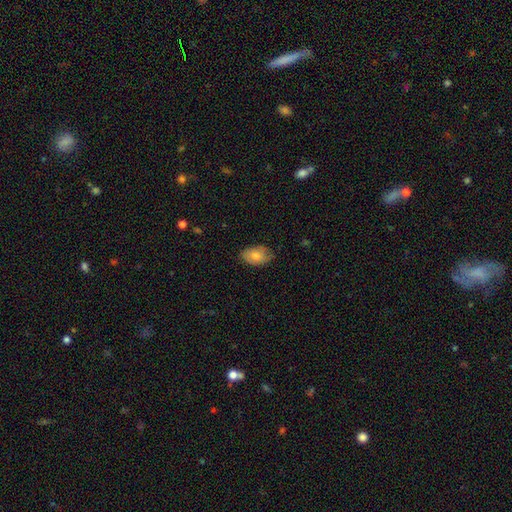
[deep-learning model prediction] Smooth or featured?
  - smooth: 69% *
  - featured or disk: 23%
  - star or artifact: 8%
How rounded?
  - in between: 87% *
  - round: 11%
  - cigar-shaped: 1%
Merging?
  - none: 74% *
  - minor disturbance: 21%
  - major disturbance: 4%
  - merger: 1%